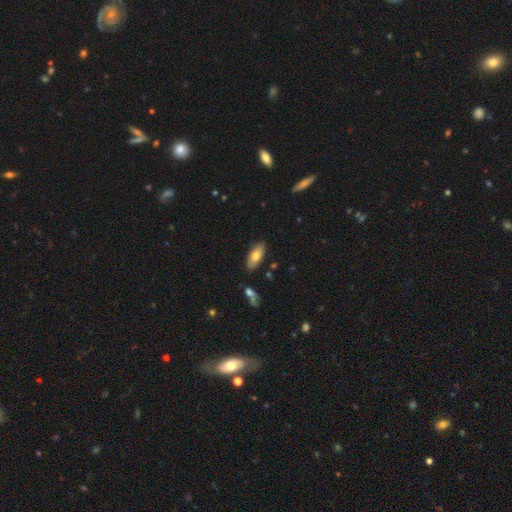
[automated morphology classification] This is likely a smooth galaxy (73%). How rounded: clearly in between (83%). Merging: clearly none (85%).